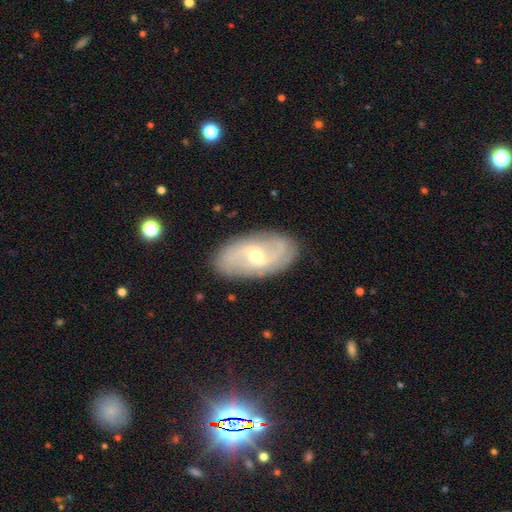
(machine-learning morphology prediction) smooth-or-featured: featured or disk: 76% | smooth: 17% | star or artifact: 7%
  disk-edge-on: no: 93% | yes: 7%
    bar: weak: 53% | no: 30% | strong: 17%
    has-spiral-arms: yes: 88% | no: 12%
      spiral-winding: loose: 40% | medium: 37% | tight: 23%
      spiral-arm-count: 2: 64% | can't tell: 21% | 3: 7% | 1: 3% | 4: 3% | more than 4: 2%
    bulge-size: small: 49% | moderate: 47% | large: 2% | none: 1% | dominant: 1%
  merging: none: 84% | minor disturbance: 12% | major disturbance: 3% | merger: 1%